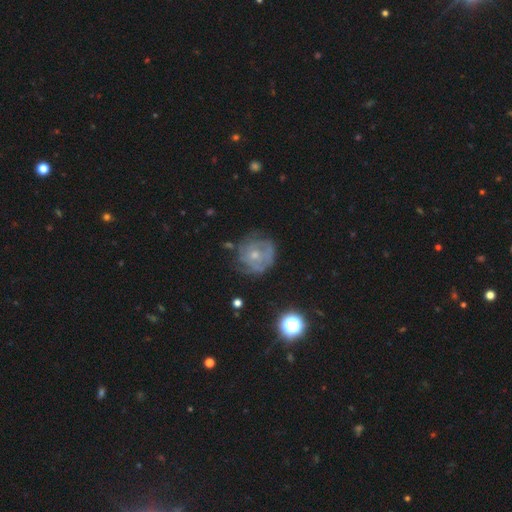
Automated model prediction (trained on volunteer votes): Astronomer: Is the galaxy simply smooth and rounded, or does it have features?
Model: featured or disk — 63%.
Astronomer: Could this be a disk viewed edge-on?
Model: no — 97%.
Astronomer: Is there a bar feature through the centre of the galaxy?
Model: no — 84%.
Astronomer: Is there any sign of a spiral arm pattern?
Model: yes — 64%.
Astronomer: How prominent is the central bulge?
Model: small — 60% (runner-up: moderate, 35%).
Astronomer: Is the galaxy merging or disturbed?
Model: none — 59%.